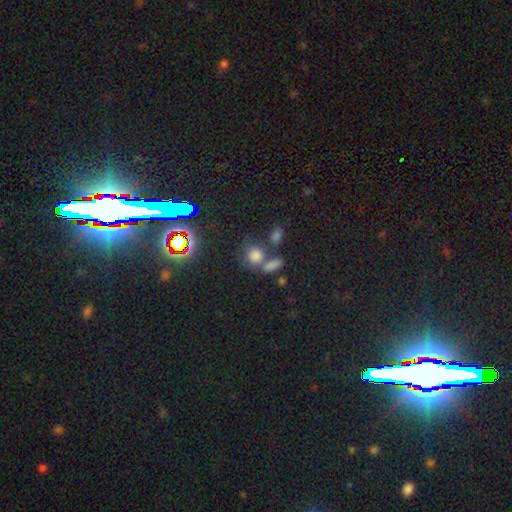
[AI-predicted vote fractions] Smooth or featured? smooth (72%)
How rounded? round (67%)
Merging? none (49%)